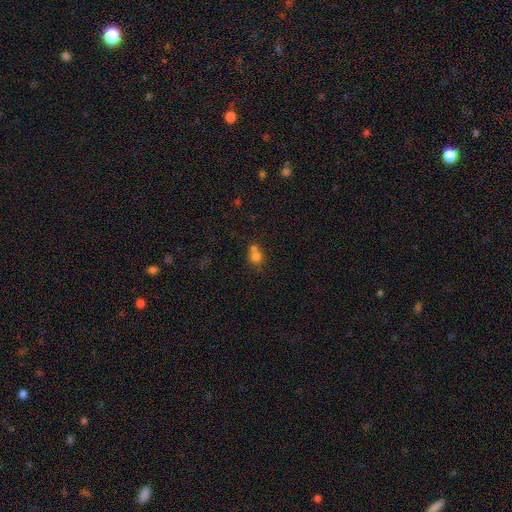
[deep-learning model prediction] This is likely a smooth galaxy (75%). How rounded: likely round (76%). Merging: possibly merger (53%).